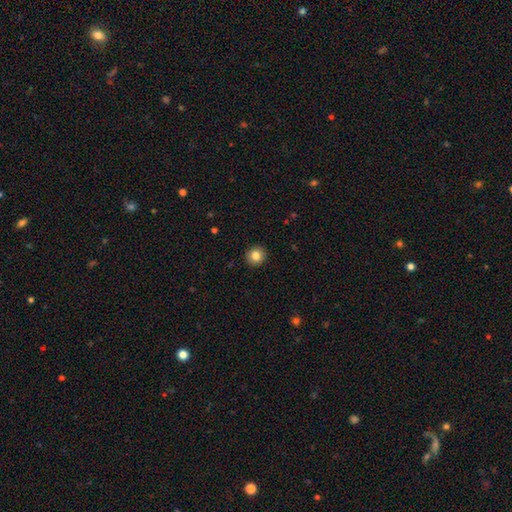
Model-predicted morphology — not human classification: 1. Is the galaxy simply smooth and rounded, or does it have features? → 82% smooth, 10% star or artifact, 7% featured or disk.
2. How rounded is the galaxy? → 92% round, 7% in between, 1% cigar-shaped.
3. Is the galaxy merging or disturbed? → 93% none, 5% minor disturbance, 2% major disturbance, 1% merger.